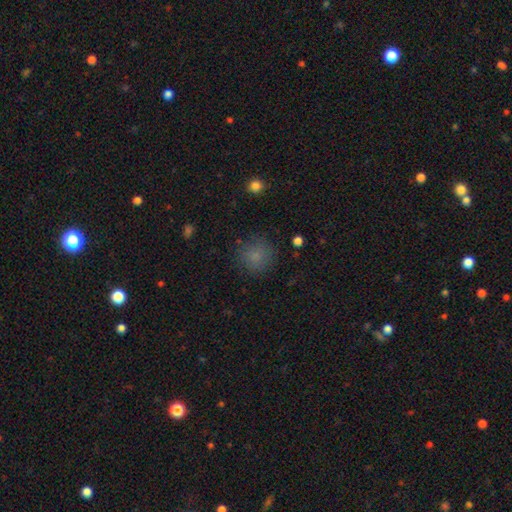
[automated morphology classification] This appears to be a smooth galaxy with no disk features (80%) that is round (91%). Merging: none (83%).